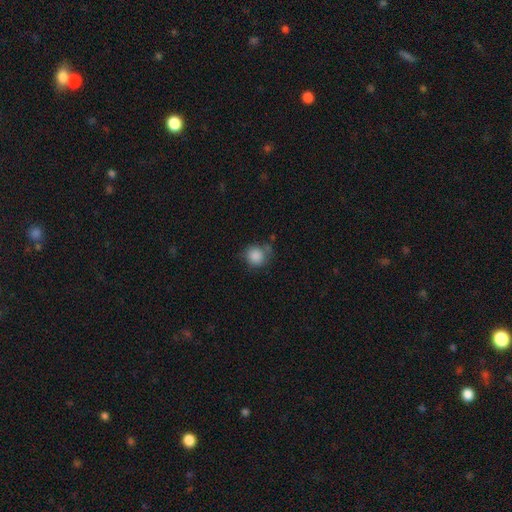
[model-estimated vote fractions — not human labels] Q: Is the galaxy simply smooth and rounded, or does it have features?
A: smooth — 86%.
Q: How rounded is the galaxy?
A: round — 88%.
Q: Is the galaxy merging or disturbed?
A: none — 65%.